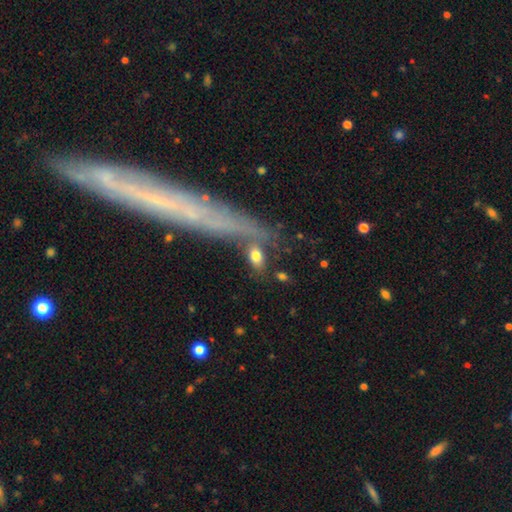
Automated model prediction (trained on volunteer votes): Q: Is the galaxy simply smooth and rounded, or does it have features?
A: smooth — 78%.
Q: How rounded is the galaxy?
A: in between — 81%.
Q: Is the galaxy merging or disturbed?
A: none — 64%.